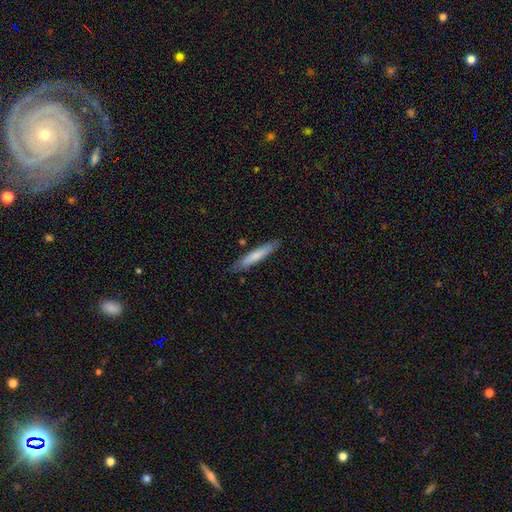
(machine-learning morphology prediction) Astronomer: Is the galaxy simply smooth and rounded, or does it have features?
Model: smooth — 69%.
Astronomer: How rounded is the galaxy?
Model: cigar-shaped — 91%.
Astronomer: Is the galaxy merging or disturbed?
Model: none — 84%.